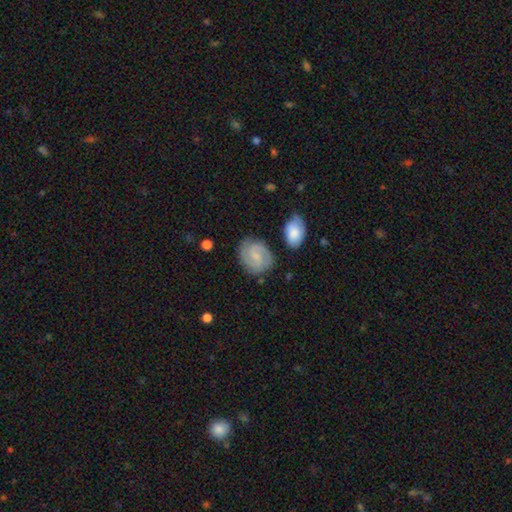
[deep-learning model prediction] Morphology: type=featured or disk (61%); edge-on=no (97%); bar=weak (54%); spiral arms=yes (91%); winding=medium (46%); arm count=2 (79%); bulge=small (53%); merging=none (75%).